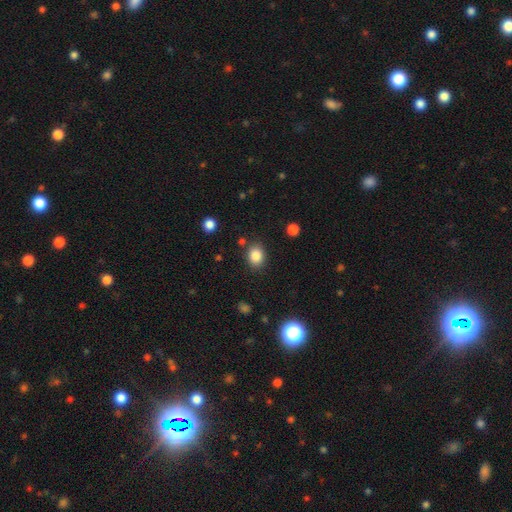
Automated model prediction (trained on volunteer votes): Morphology: type=smooth (85%); roundness=round (54%); merging=none (84%).